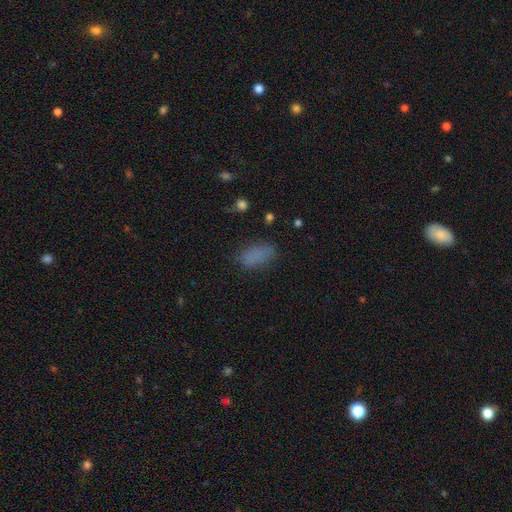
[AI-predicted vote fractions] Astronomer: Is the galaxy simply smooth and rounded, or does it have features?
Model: smooth — 79%.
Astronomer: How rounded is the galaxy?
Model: in between — 88%.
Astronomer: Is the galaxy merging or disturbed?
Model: none — 72%.